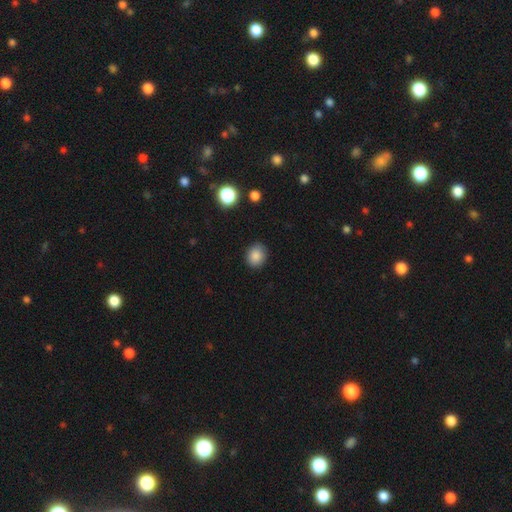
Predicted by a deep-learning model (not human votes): A smooth galaxy with no disk features (85%) that is round (67%).

Vote fractions:
- Smooth or featured? smooth: 85% / star or artifact: 10% / featured or disk: 5%
- How rounded? round: 67% / in between: 33% / cigar-shaped: 1%
- Merging? none: 84% / minor disturbance: 12% / major disturbance: 3% / merger: 1%